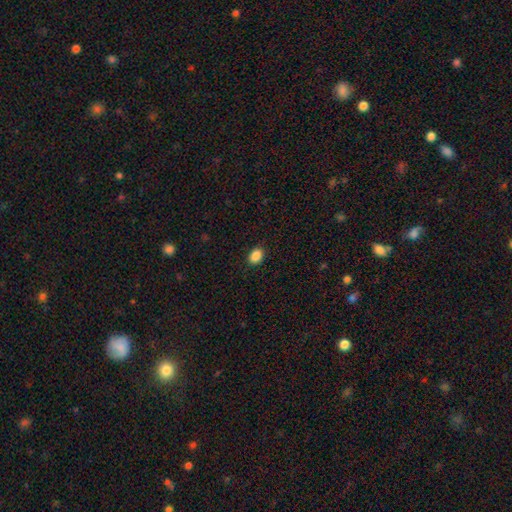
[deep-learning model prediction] This appears to be a smooth galaxy with no disk features (88%) that is in between round and cigar-shaped (78%). Merging: none (90%).